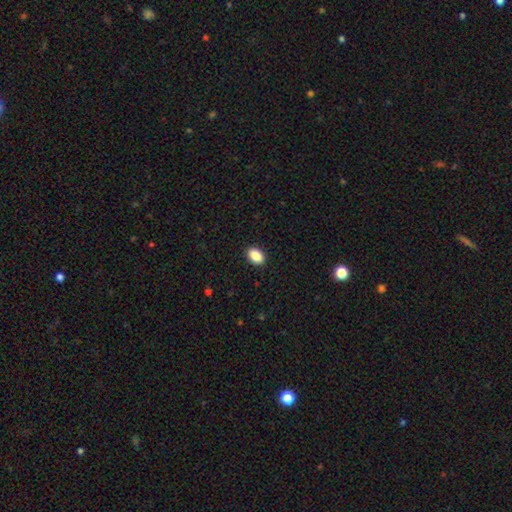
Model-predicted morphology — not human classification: type=smooth (87%); roundness=in between (81%); merging=none (91%).